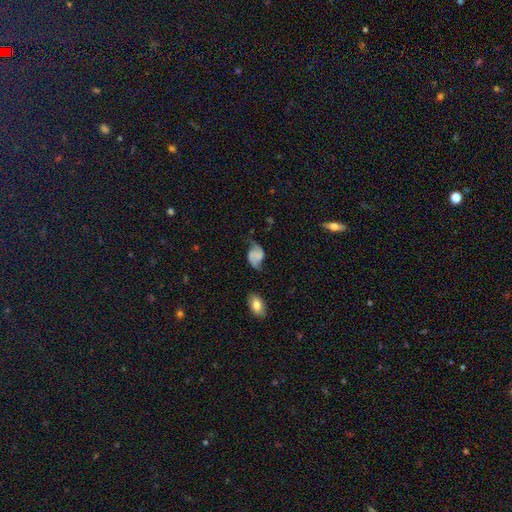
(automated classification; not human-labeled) A featured or disk galaxy (67%) with no bar (57%), 2 (90%) loose (59%) spiral arms (91%) and no central bulge (65%). Merging: none (58%).